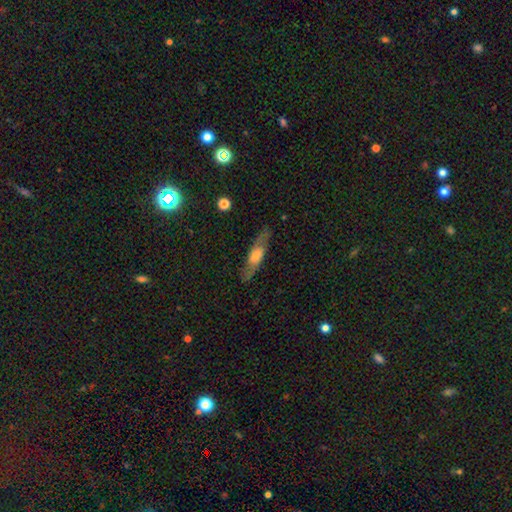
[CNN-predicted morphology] Smooth or featured? Predicted: featured or disk (p=0.56). Edge-on disk? Predicted: yes (p=0.56). Merging? Predicted: none (p=0.82).